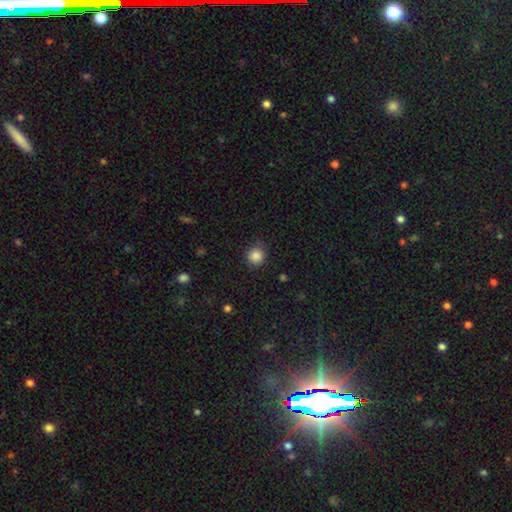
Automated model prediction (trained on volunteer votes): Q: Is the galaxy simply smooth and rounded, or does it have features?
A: smooth — 86%.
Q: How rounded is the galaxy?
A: round — 92%.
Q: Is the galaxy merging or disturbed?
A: none — 84%.